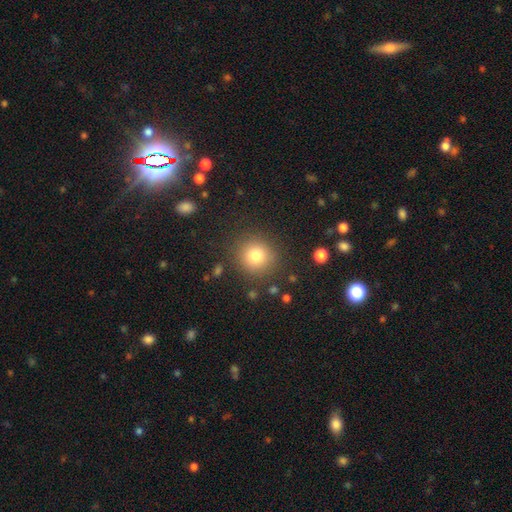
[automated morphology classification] Smooth or featured?
  - smooth: 80% *
  - star or artifact: 12%
  - featured or disk: 8%
How rounded?
  - round: 89% *
  - in between: 10%
  - cigar-shaped: 1%
Merging?
  - none: 86% *
  - minor disturbance: 9%
  - major disturbance: 4%
  - merger: 2%